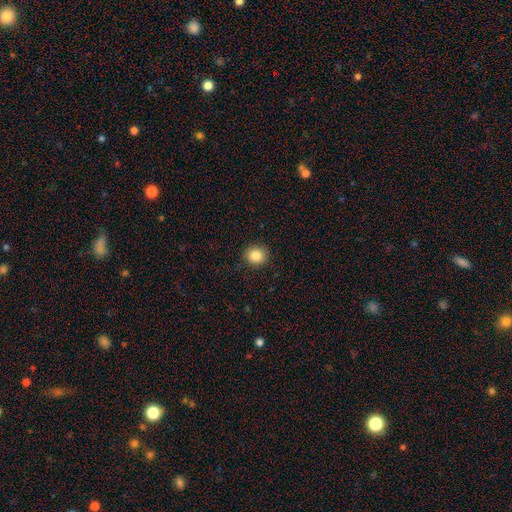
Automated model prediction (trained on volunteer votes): This appears to be a smooth galaxy with no disk features (86%) that is round (85%). Merging: none (89%).